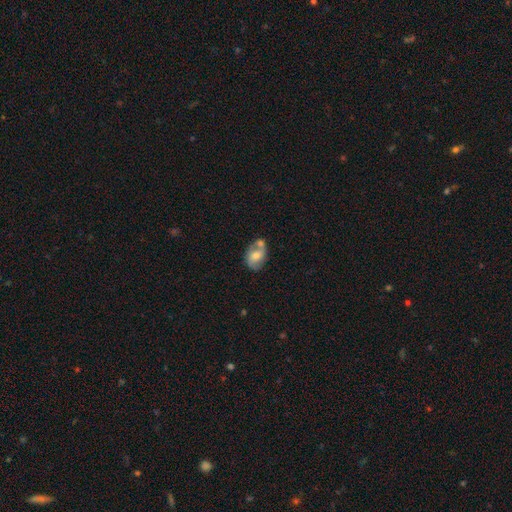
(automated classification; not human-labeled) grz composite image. It shows a smooth galaxy with no disk features (51%) that is in between round and cigar-shaped (75%). Merging: none (39%).